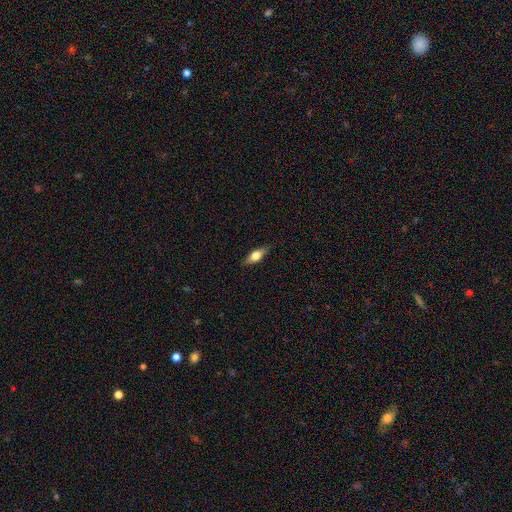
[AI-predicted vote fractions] Smooth or featured? smooth (53%)
How rounded? in between (64%)
Merging? none (85%)